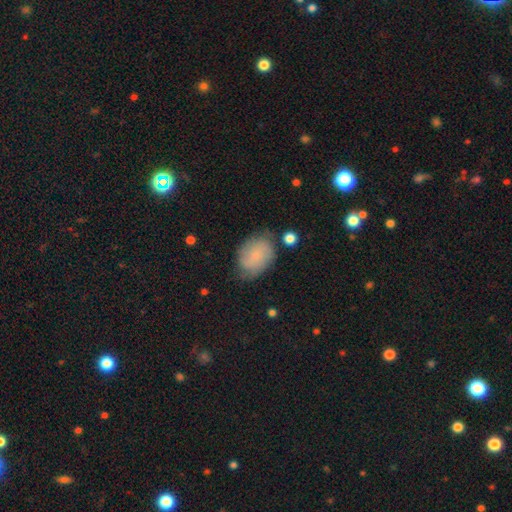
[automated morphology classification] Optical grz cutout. It shows a smooth galaxy with no disk features (60%) that is in between round and cigar-shaped (75%). Merging: none (64%).